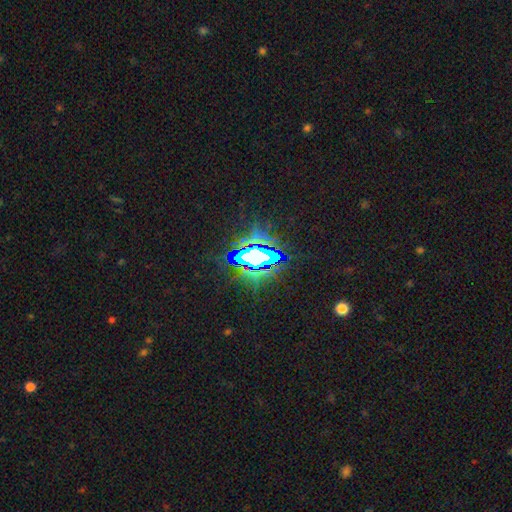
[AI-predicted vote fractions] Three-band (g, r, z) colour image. It shows a star or artifact, not a galaxy (69%).